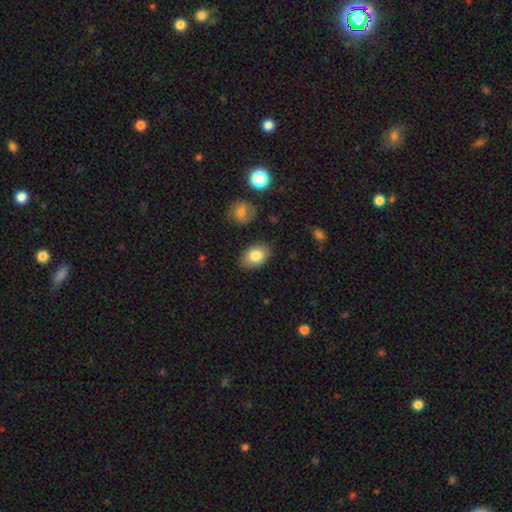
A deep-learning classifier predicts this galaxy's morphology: Smooth or featured? smooth (82%)
How rounded? in between (86%)
Merging? none (85%)